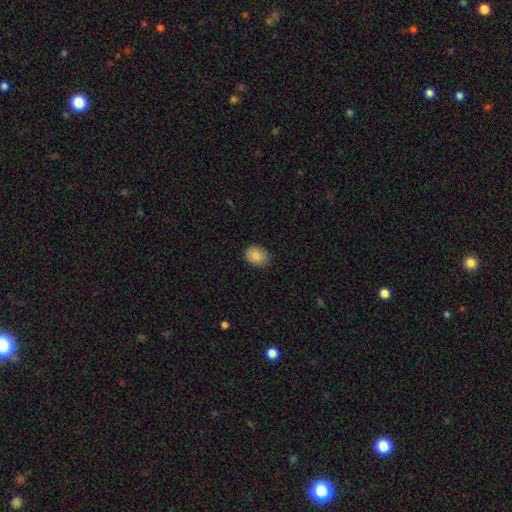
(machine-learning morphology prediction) type=smooth (88%); roundness=in between (62%); merging=none (81%).